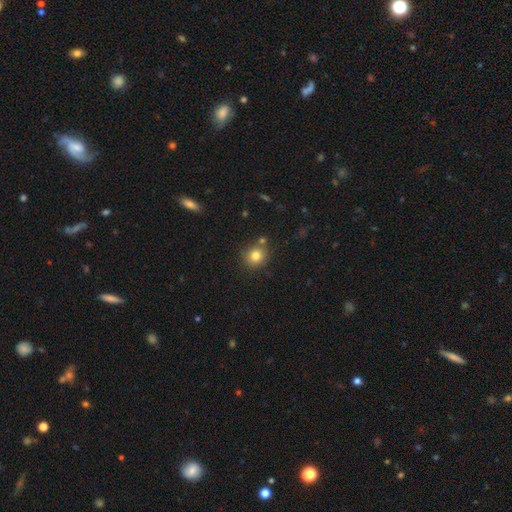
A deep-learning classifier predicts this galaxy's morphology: smooth 81%, star or artifact 12%, featured or disk 7%. Down the decision tree: how rounded — round (83%); merging — none (78%).